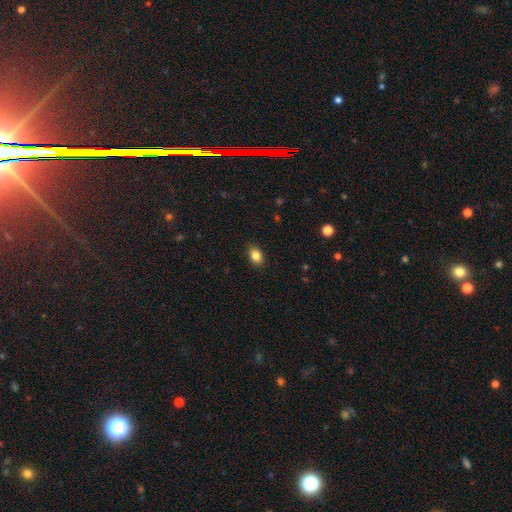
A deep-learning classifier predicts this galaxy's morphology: smooth 85%, star or artifact 9%, featured or disk 6%. Down the decision tree: how rounded — in between (79%); merging — none (88%).